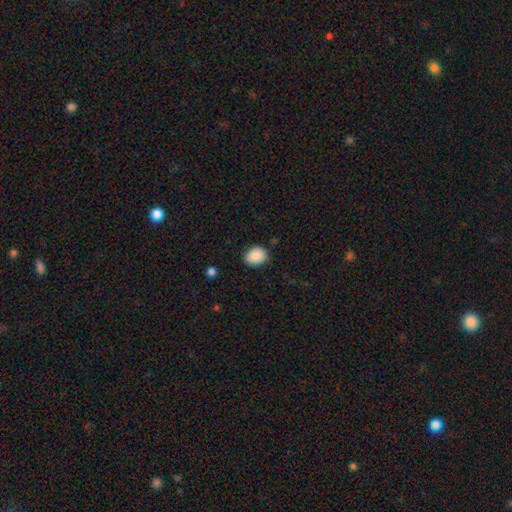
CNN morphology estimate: type=smooth (88%); roundness=in between (56%); merging=none (83%).